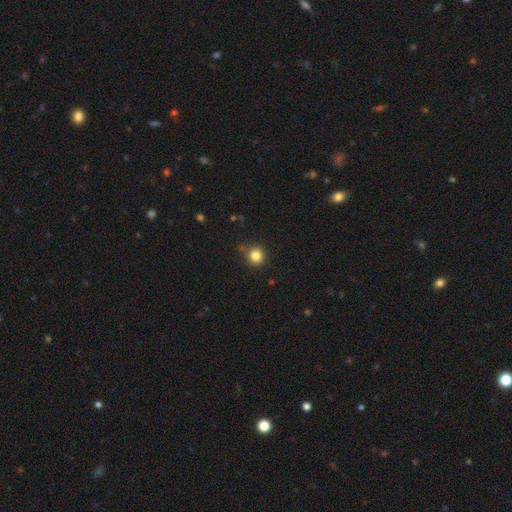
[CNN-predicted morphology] smooth 83%, star or artifact 12%, featured or disk 5%. Down the decision tree: how rounded — round (93%); merging — none (83%).